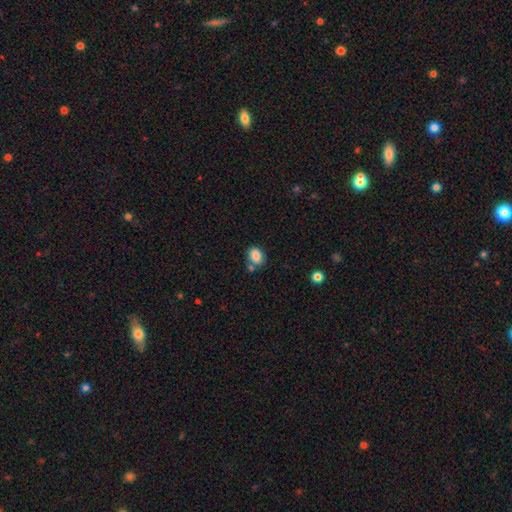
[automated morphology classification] The model was most divided on "how rounded": in between: 72%, round: 27%, cigar-shaped: 1%. More confident: smooth or featured — smooth (86%); merging — none (63%).